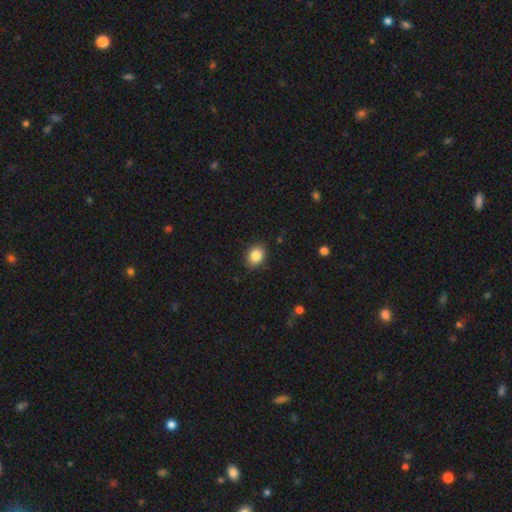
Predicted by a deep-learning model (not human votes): A smooth galaxy with no disk features (86%) that is in between round and cigar-shaped (51%).

Vote fractions:
- Smooth or featured? smooth: 86% / star or artifact: 9% / featured or disk: 5%
- How rounded? in between: 51% / round: 48% / cigar-shaped: 1%
- Merging? none: 86% / minor disturbance: 11% / major disturbance: 2% / merger: 1%